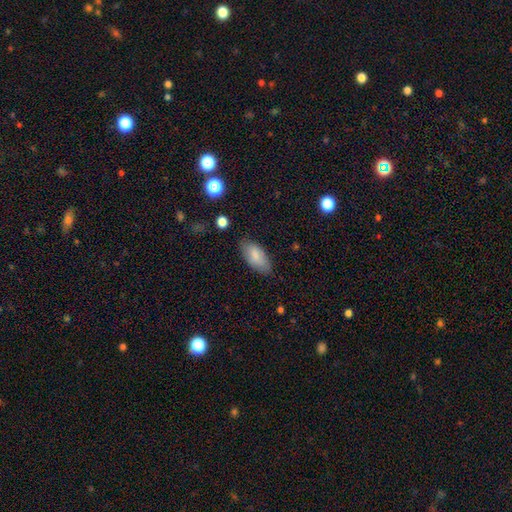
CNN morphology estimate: Overall: smooth (82%). How rounded: in between (90%). Merging: none (79%).